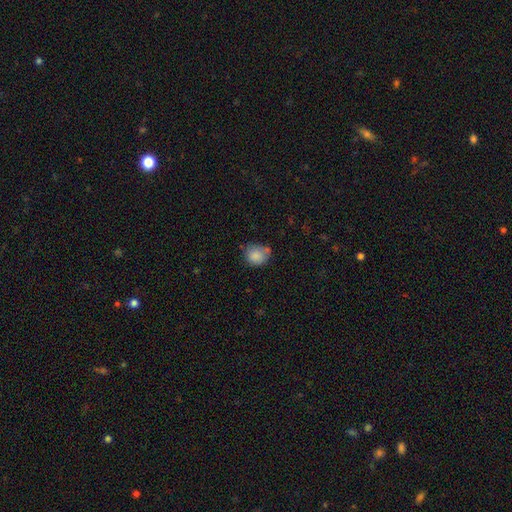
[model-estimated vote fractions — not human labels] smooth_or_featured: smooth (p=0.85) [alt: star or artifact p=0.09]
how_rounded: round (p=0.74) [alt: in between p=0.25]
merging: none (p=0.57) [alt: minor disturbance p=0.27]